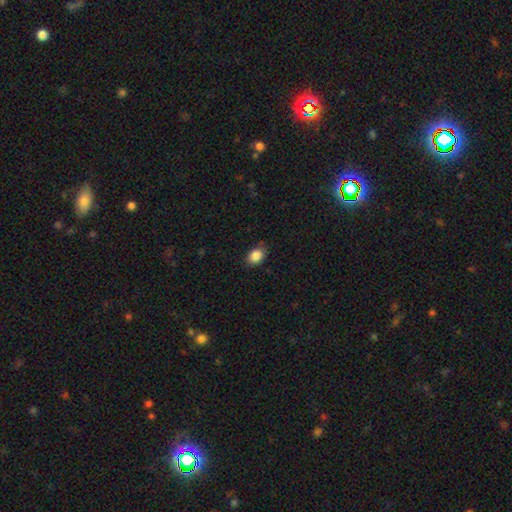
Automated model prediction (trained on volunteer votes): This is clearly a smooth galaxy (87%). How rounded: likely in between (66%). Merging: clearly none (82%).